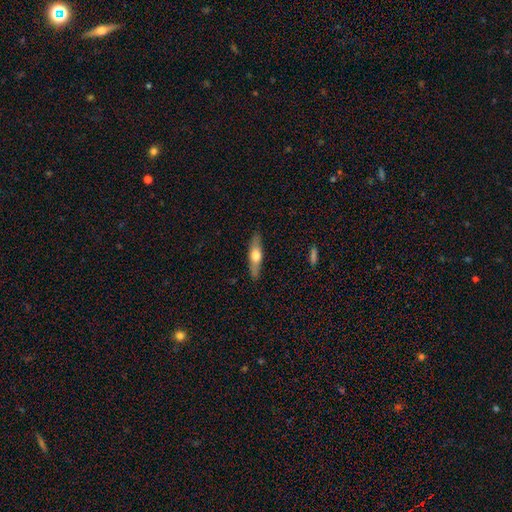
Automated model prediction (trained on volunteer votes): smooth 50%, featured or disk 44%, star or artifact 6%. Down the decision tree: how rounded — cigar-shaped (69%); merging — none (88%).